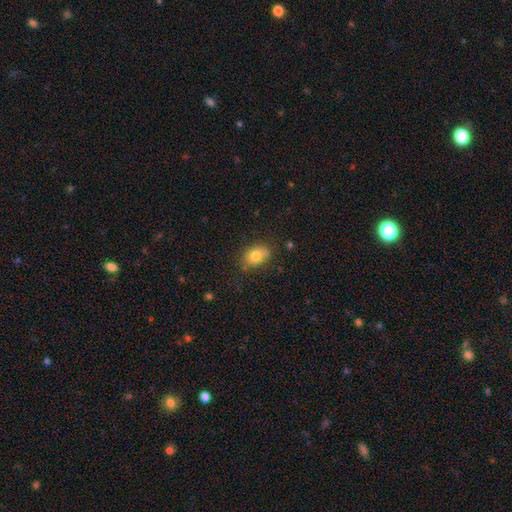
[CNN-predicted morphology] Smooth or featured? Predicted: smooth (p=0.79). How rounded? Predicted: in between (p=0.65). Merging? Predicted: none (p=0.67).